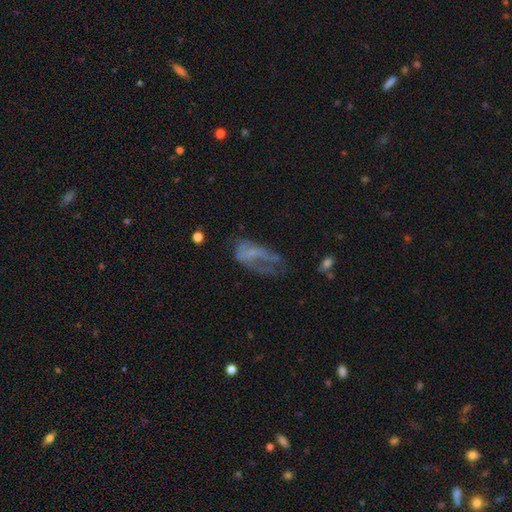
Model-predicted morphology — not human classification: This appears to be a featured or disk galaxy (47%). Merging: major disturbance (45%).